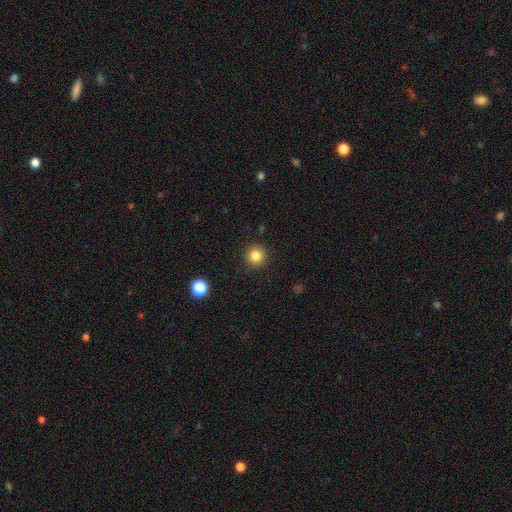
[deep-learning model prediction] smooth-or-featured: smooth: 83% | star or artifact: 12% | featured or disk: 5%
  how-rounded: round: 95% | in between: 4% | cigar-shaped: 1%
  merging: none: 92% | minor disturbance: 5% | major disturbance: 2% | merger: 1%